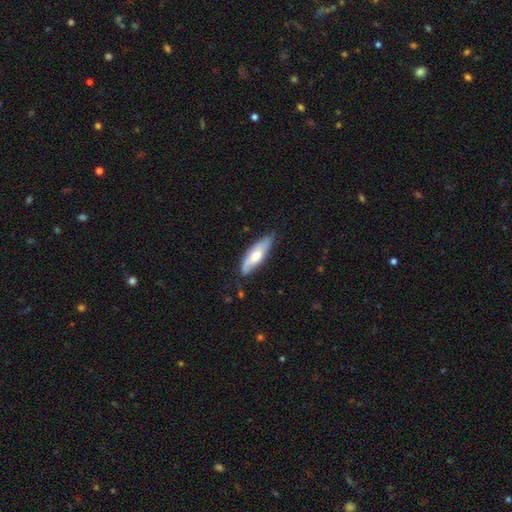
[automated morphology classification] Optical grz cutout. It shows a smooth galaxy with no disk features (54%) that is in between round and cigar-shaped (57%). Merging: none (69%).